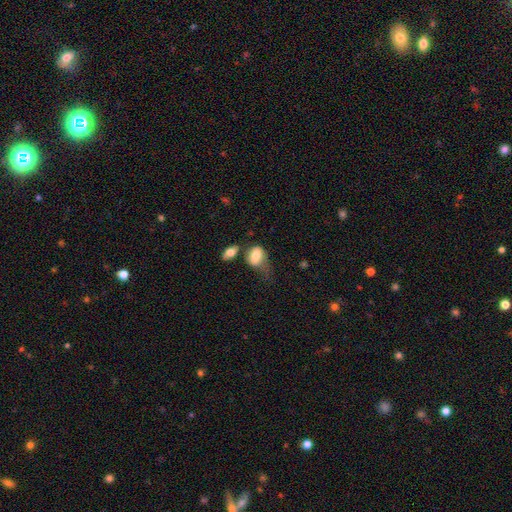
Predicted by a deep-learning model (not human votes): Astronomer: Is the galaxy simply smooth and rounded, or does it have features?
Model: smooth — 78%.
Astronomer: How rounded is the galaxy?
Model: in between — 71%.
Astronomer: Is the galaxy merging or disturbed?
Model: major disturbance — 33% (runner-up: minor disturbance, 27%).